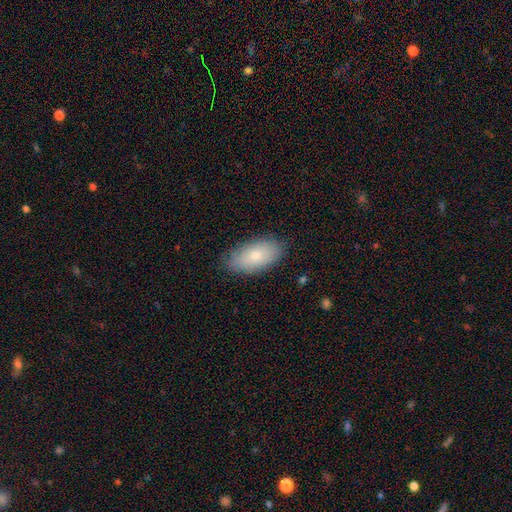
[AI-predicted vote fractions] Smooth or featured? smooth (77%)
How rounded? in between (94%)
Merging? none (83%)